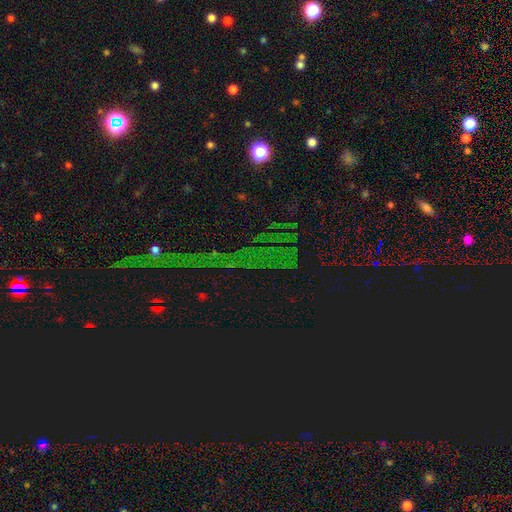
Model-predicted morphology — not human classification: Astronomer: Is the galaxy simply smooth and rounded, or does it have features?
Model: star or artifact — 81%.